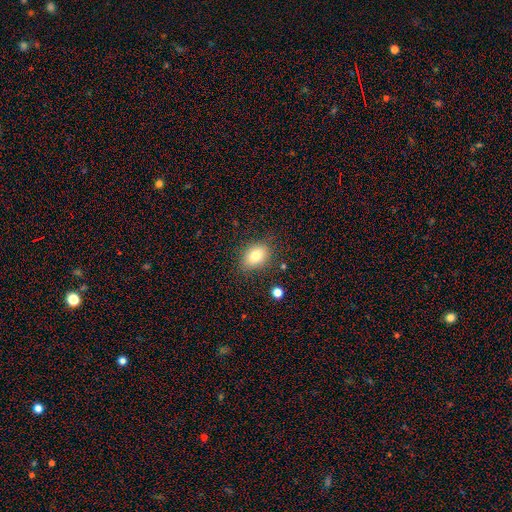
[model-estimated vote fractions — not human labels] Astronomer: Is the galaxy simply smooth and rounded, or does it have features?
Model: smooth — 78%.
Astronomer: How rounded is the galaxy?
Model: in between — 69%.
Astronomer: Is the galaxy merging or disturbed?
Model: none — 81%.